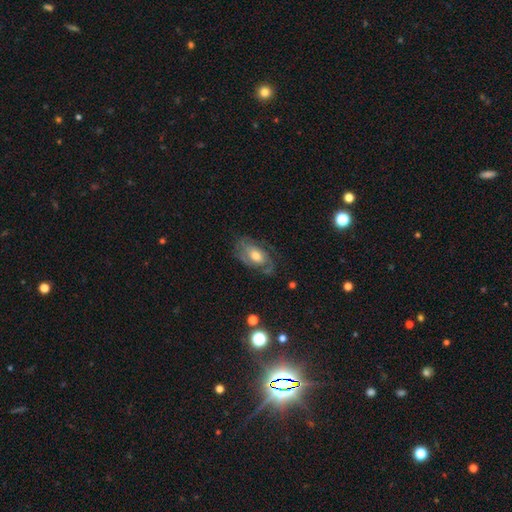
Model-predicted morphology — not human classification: Smooth or featured: featured or disk — 73% (smooth — 20%)
Edge-on disk: no — 95% (yes — 5%)
Bar: no — 69% (weak — 26%)
Spiral arms: yes — 86% (no — 14%)
Spiral winding: tight — 50% (medium — 36%)
Spiral arm count: 2 — 46% (can't tell — 31%)
Bulge size: moderate — 66% (large — 17%)
Merging: none — 66% (minor disturbance — 21%)